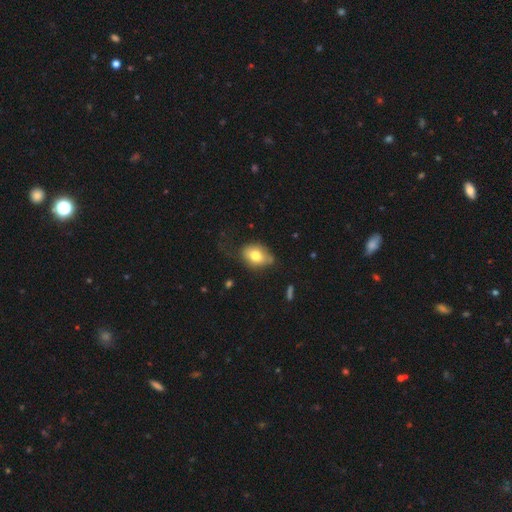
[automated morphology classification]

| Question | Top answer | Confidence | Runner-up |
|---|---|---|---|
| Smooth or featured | smooth | 74% | featured or disk (18%) |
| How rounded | in between | 78% | round (20%) |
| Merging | none | 51% | minor disturbance (32%) |